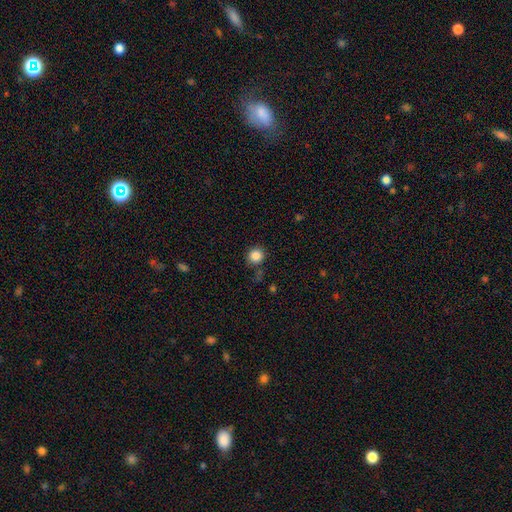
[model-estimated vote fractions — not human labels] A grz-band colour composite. It shows a smooth galaxy with no disk features (86%) that is round (91%). Merging: none (82%).